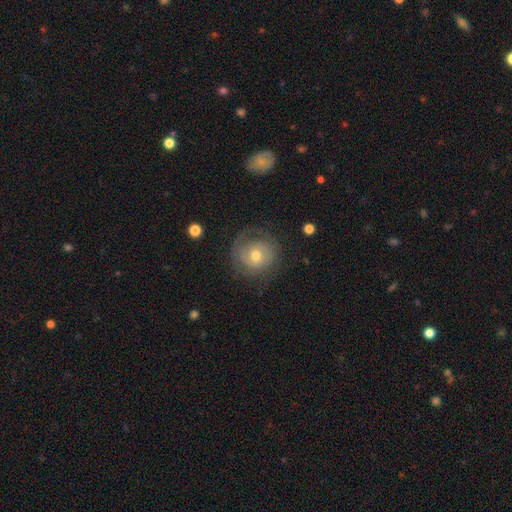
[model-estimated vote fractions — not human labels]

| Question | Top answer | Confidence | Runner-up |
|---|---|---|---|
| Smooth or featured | featured or disk | 54% | smooth (37%) |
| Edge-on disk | no | 97% | yes (3%) |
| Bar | no | 78% | weak (18%) |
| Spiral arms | yes | 75% | no (25%) |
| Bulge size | moderate | 59% | small (35%) |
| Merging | none | 68% | minor disturbance (17%) |